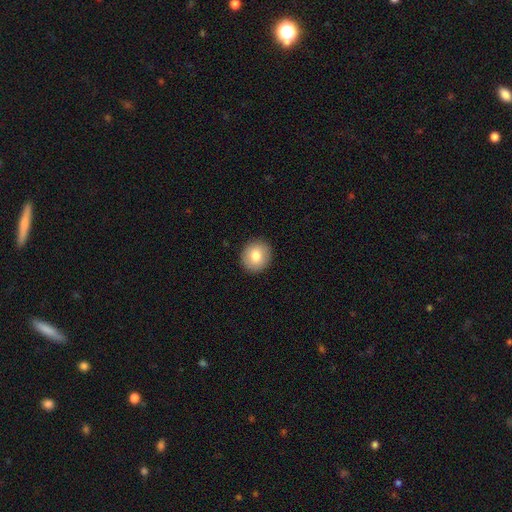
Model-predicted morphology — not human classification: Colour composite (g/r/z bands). It shows a smooth galaxy with no disk features (80%) that is round (86%). Merging: none (92%).